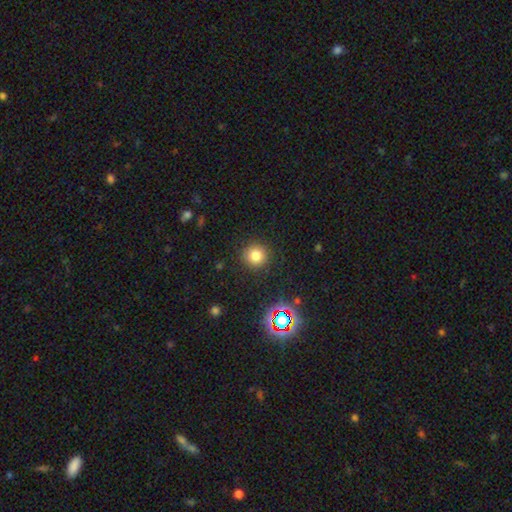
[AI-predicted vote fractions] Overall: smooth (78%). How rounded: round (93%). Merging: none (90%).